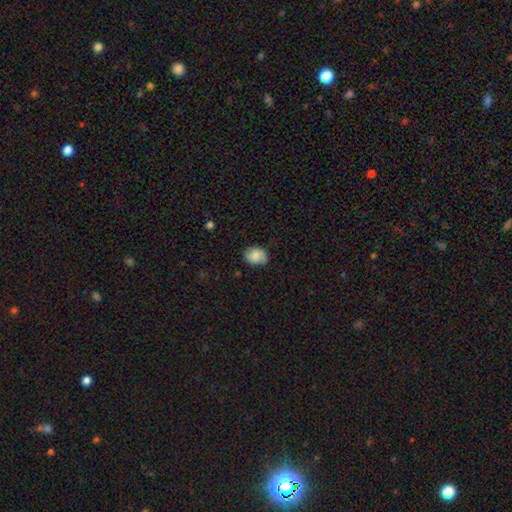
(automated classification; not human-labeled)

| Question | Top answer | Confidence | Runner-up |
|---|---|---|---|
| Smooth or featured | smooth | 82% | featured or disk (10%) |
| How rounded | in between | 66% | round (34%) |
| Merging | none | 76% | minor disturbance (20%) |